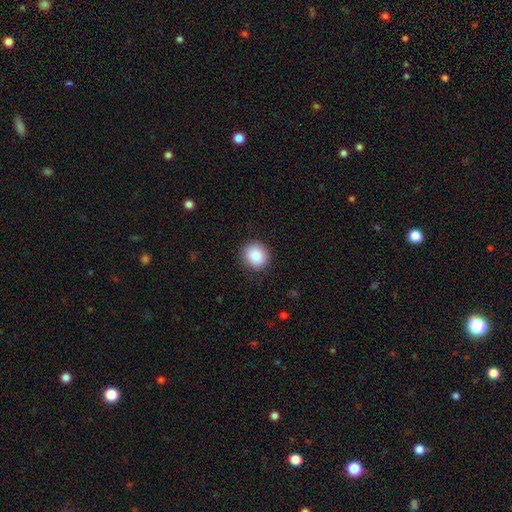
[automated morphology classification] Q: Smooth or featured?
A: smooth (88%); runner-up: star or artifact (8%)
Q: How rounded?
A: round (83%); runner-up: in between (16%)
Q: Merging?
A: none (88%); runner-up: minor disturbance (9%)